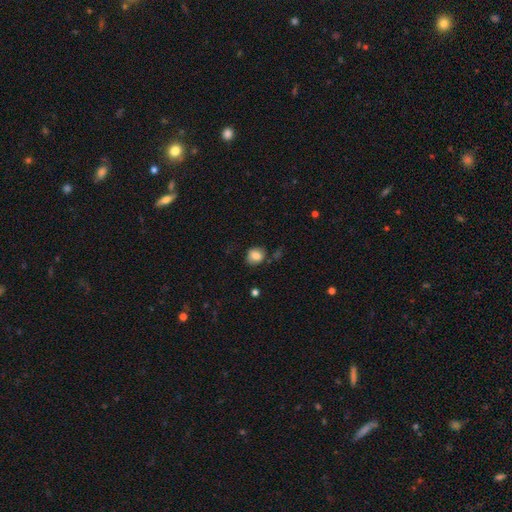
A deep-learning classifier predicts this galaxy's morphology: This is likely a smooth galaxy (80%). How rounded: likely round (67%). Merging: likely none (71%).